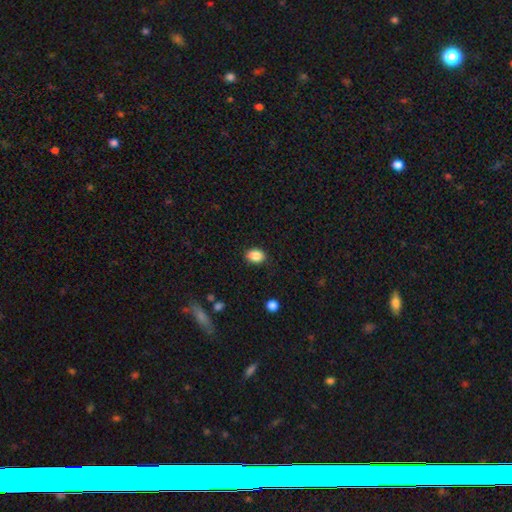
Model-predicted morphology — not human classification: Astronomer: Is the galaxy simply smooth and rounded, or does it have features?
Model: smooth — 87%.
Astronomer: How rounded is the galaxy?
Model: in between — 66%.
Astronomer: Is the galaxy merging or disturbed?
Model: none — 85%.